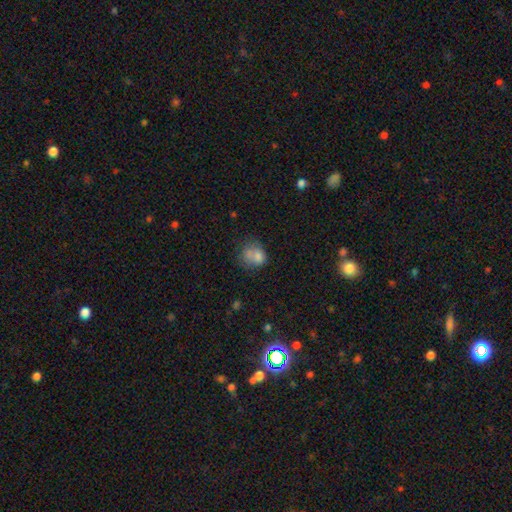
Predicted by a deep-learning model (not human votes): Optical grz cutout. It shows a smooth galaxy with no disk features (72%) that is round (58%). Merging: none (35%).